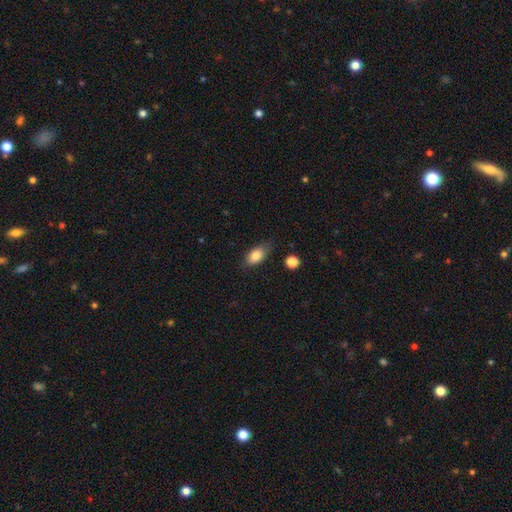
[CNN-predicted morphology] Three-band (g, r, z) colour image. It shows a smooth galaxy with no disk features (83%) that is in between round and cigar-shaped (88%). Merging: none (73%).